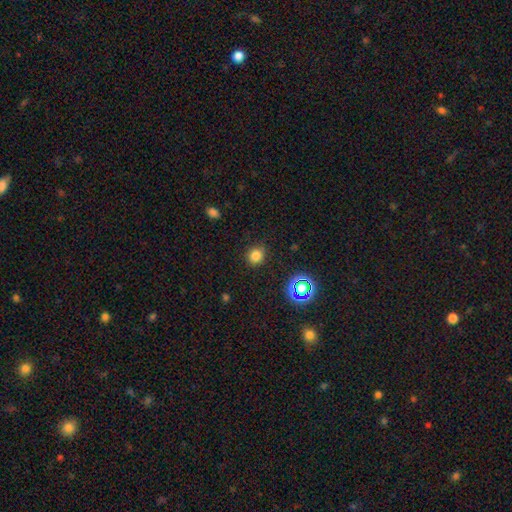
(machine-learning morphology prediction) Smooth or featured: smooth — 79% (star or artifact — 16%)
How rounded: round — 81% (in between — 18%)
Merging: none — 88% (minor disturbance — 8%)